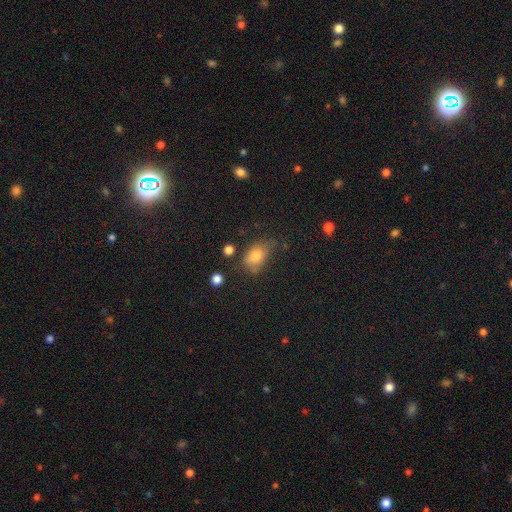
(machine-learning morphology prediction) smooth 79%, featured or disk 11%, star or artifact 10%. Down the decision tree: how rounded — in between (83%); merging — none (56%).